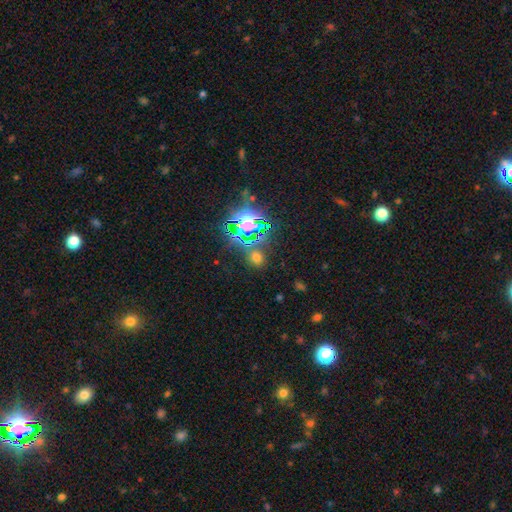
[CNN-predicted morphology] This is likely a star or artifact rather than a galaxy (63%).